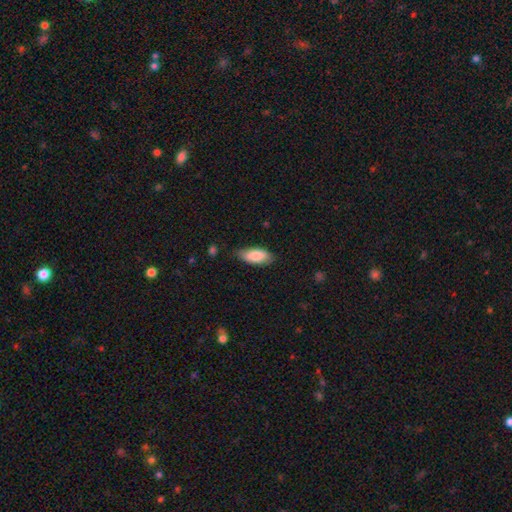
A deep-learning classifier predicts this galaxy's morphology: Q: Smooth or featured?
A: smooth (85%); runner-up: featured or disk (9%)
Q: How rounded?
A: in between (86%); runner-up: cigar-shaped (12%)
Q: Merging?
A: none (74%); runner-up: minor disturbance (21%)